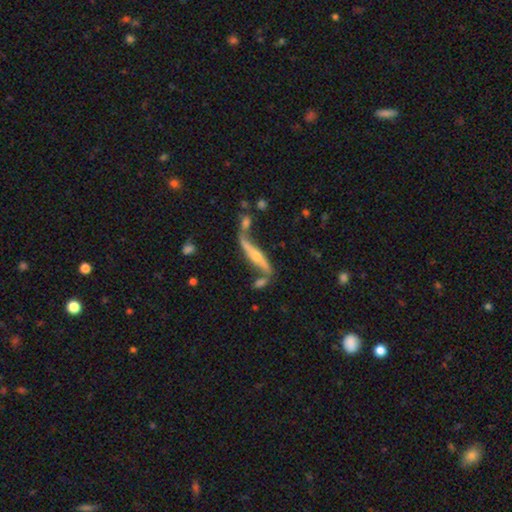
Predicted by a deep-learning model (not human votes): Q: Smooth or featured?
A: featured or disk (69%); runner-up: smooth (24%)
Q: Edge-on disk?
A: yes (72%); runner-up: no (28%)
Q: Edge-on bulge?
A: rounded (89%); runner-up: none (8%)
Q: Merging?
A: none (50%); runner-up: minor disturbance (20%)